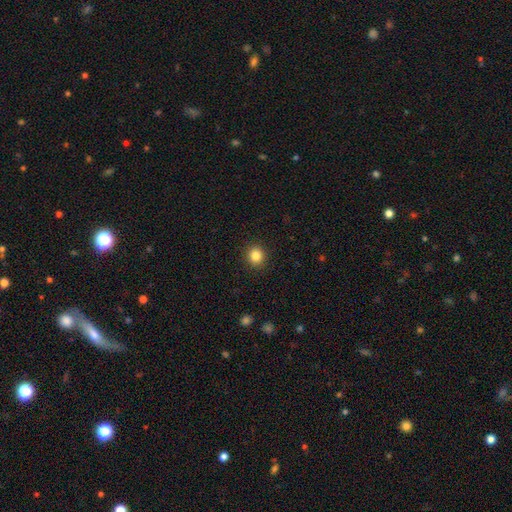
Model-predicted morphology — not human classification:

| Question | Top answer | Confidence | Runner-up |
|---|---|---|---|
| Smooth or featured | smooth | 84% | star or artifact (11%) |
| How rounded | round | 87% | in between (13%) |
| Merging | none | 92% | minor disturbance (6%) |